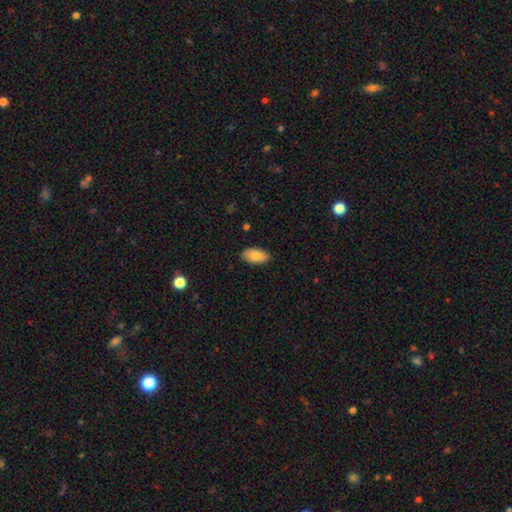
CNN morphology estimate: smooth 83%, featured or disk 10%, star or artifact 6%. Down the decision tree: how rounded — in between (94%); merging — none (87%).